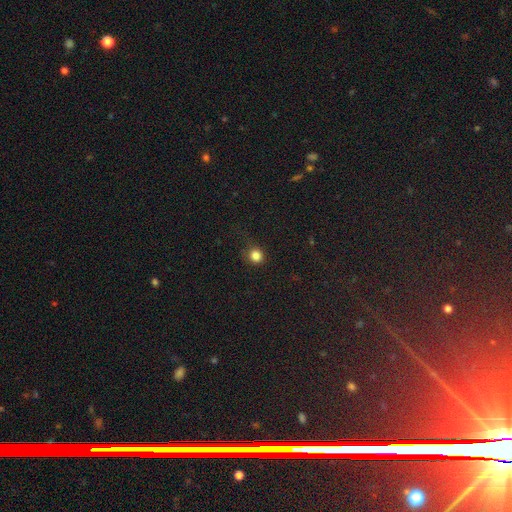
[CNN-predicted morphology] A smooth galaxy with no disk features (83%) that is round (88%).

Vote fractions:
- Smooth or featured? smooth: 83% / star or artifact: 12% / featured or disk: 4%
- How rounded? round: 88% / in between: 11% / cigar-shaped: 1%
- Merging? none: 77% / minor disturbance: 15% / major disturbance: 7% / merger: 1%